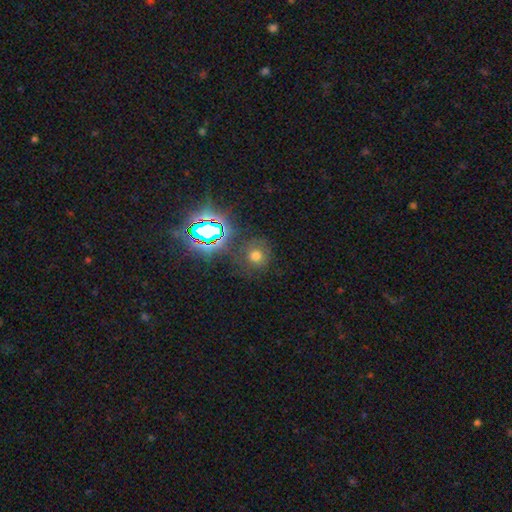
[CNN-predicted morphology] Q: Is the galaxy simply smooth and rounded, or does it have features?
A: smooth — 63%.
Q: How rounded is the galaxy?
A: round — 90%.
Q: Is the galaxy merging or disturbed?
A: none — 78%.